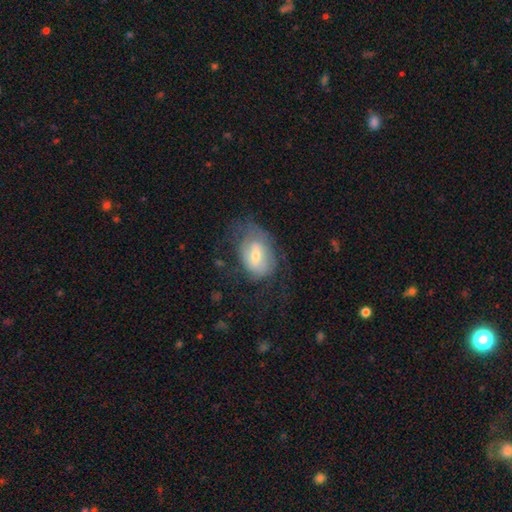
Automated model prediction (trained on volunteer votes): Smooth or featured? featured or disk (48%)
Merging? none (48%)